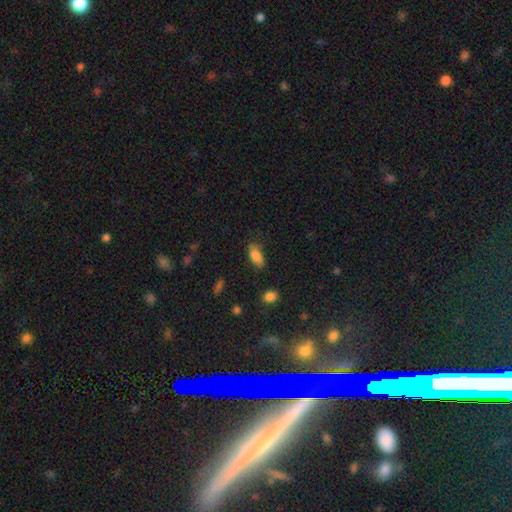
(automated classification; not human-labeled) Morphology: type=smooth (85%); roundness=in between (86%); merging=none (71%).